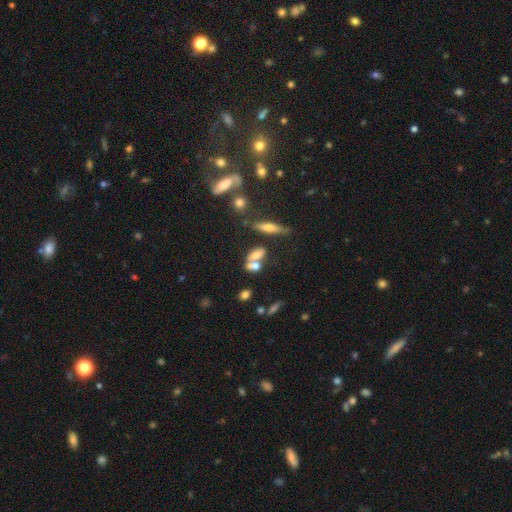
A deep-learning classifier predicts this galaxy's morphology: smooth 60%, featured or disk 25%, star or artifact 15%. Down the decision tree: how rounded — in between (71%); merging — merger (44%).